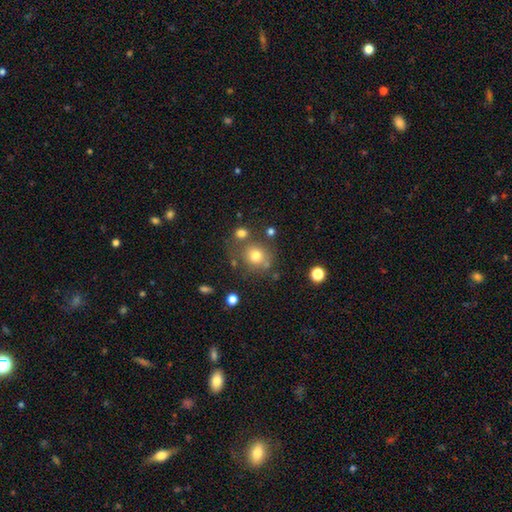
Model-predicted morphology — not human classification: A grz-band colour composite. It shows a smooth galaxy with no disk features (75%) that is round (82%). Merging: none (69%).